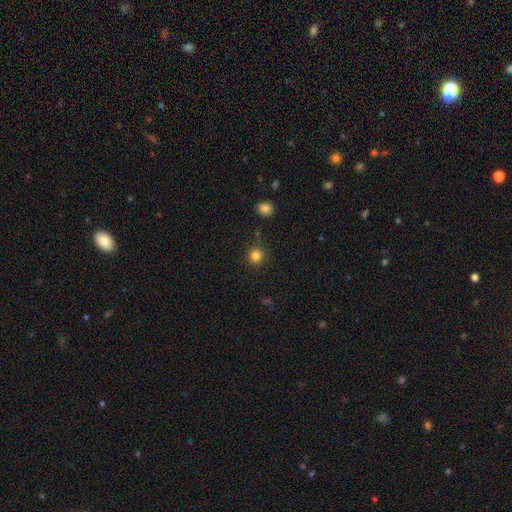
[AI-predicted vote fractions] smooth_or_featured: smooth (p=0.82) [alt: star or artifact p=0.13]
how_rounded: round (p=0.93) [alt: in between p=0.06]
merging: none (p=0.84) [alt: minor disturbance p=0.10]